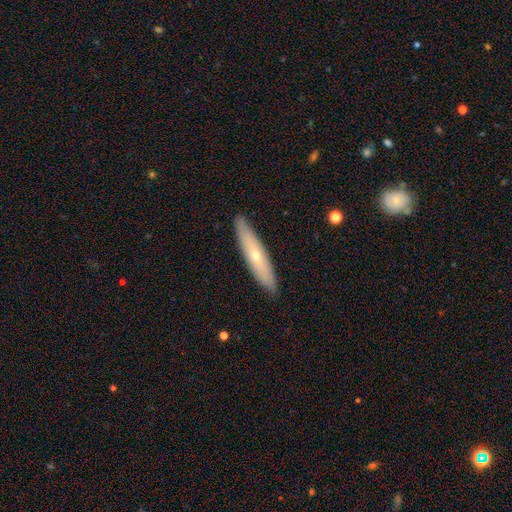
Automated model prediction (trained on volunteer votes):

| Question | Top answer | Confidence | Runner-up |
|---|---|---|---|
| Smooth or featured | featured or disk | 47% | tied: smooth (47%) |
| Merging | none | 89% | minor disturbance (9%) |